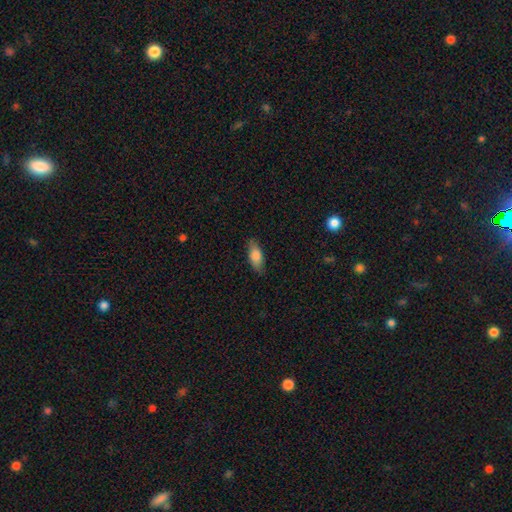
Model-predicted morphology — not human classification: Smooth or featured?
  - smooth: 81% *
  - featured or disk: 13%
  - star or artifact: 7%
How rounded?
  - in between: 81% *
  - cigar-shaped: 17%
  - round: 3%
Merging?
  - none: 81% *
  - minor disturbance: 15%
  - major disturbance: 3%
  - merger: 1%